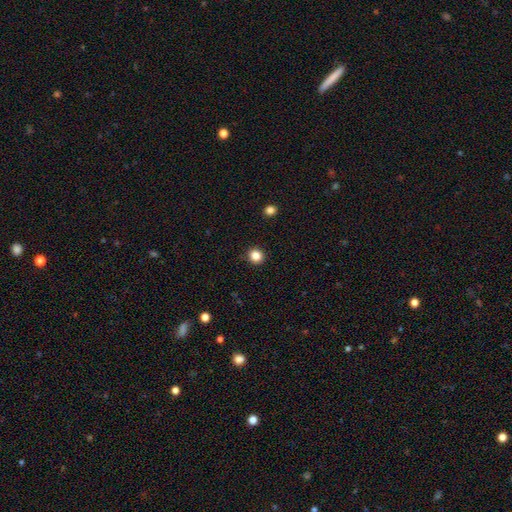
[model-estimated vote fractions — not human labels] smooth_or_featured: smooth (p=0.84) [alt: star or artifact p=0.12]
how_rounded: round (p=0.92) [alt: in between p=0.07]
merging: none (p=0.92) [alt: minor disturbance p=0.05]